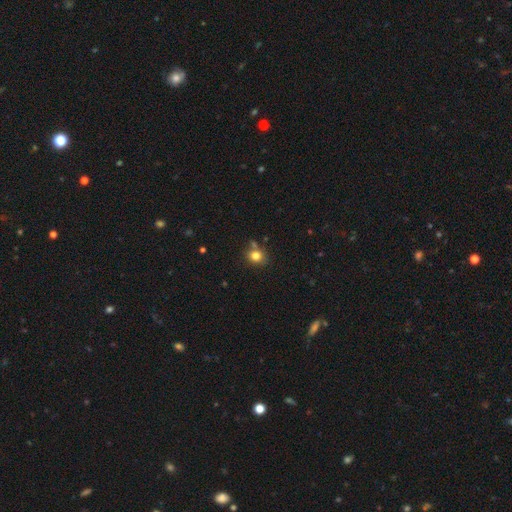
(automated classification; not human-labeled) smooth-or-featured: smooth: 80% | star or artifact: 13% | featured or disk: 8%
  how-rounded: round: 76% | in between: 23% | cigar-shaped: 1%
  merging: none: 70% | minor disturbance: 14% | merger: 12% | major disturbance: 4%